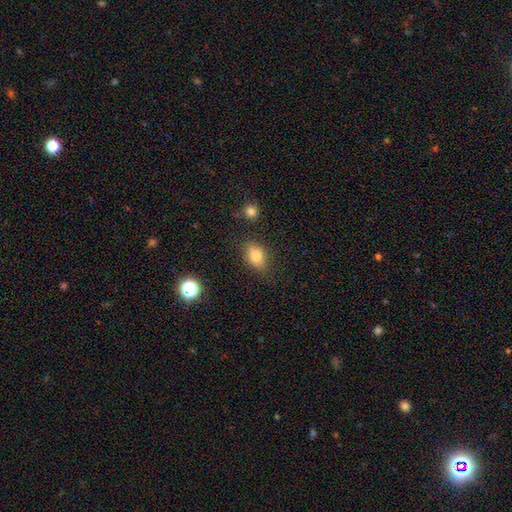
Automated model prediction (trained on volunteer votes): Smooth or featured: smooth — 80% (star or artifact — 11%)
How rounded: in between — 78% (round — 19%)
Merging: none — 77% (minor disturbance — 16%)